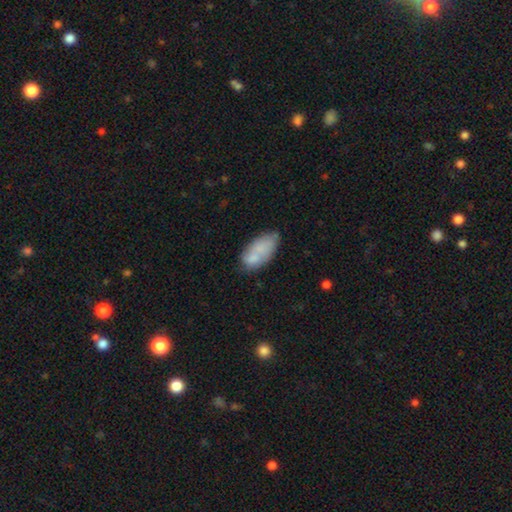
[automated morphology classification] smooth_or_featured: smooth (p=0.72) [alt: featured or disk p=0.21]
how_rounded: in between (p=0.92) [alt: cigar-shaped p=0.05]
merging: none (p=0.52) [alt: minor disturbance p=0.25]